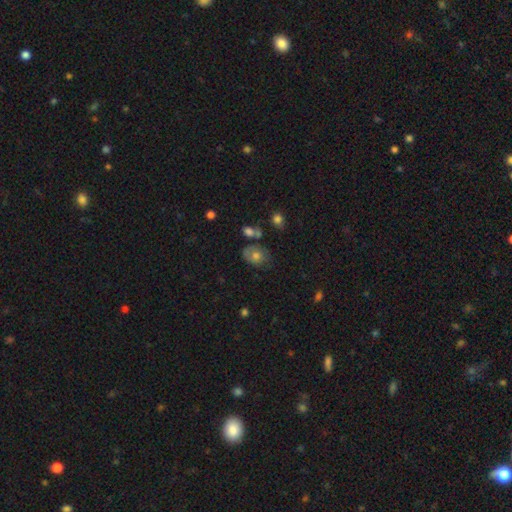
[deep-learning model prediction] Q: Smooth or featured?
A: smooth (63%); runner-up: featured or disk (26%)
Q: How rounded?
A: in between (58%); runner-up: round (41%)
Q: Merging?
A: none (54%); runner-up: minor disturbance (26%)